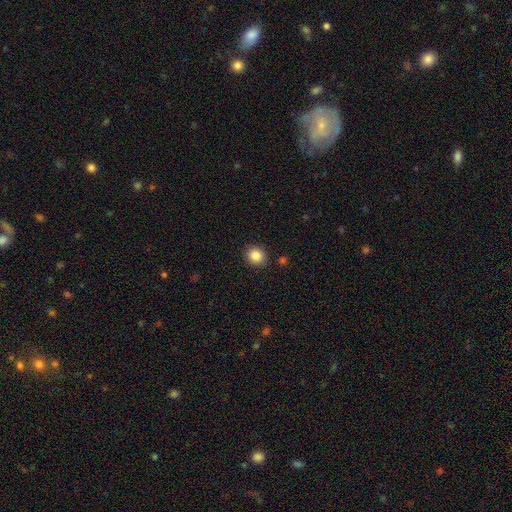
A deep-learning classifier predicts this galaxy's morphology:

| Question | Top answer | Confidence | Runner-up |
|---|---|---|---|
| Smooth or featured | smooth | 86% | star or artifact (10%) |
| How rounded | round | 85% | in between (15%) |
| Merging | none | 90% | minor disturbance (6%) |